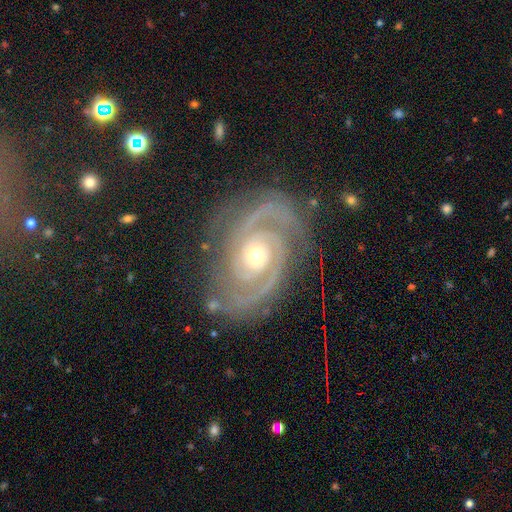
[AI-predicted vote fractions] A featured or disk galaxy (92%) with no bar (74%), 2 (54%) tight (68%) spiral arms (98%) and a moderate central bulge (51%).

Vote fractions:
- Smooth or featured? featured or disk: 92% / star or artifact: 5% / smooth: 3%
- Edge-on disk? no: 97% / yes: 3%
- Bar? no: 74% / weak: 19% / strong: 8%
- Spiral arms? yes: 98% / no: 2%
- Spiral winding? tight: 68% / medium: 28% / loose: 4%
- Spiral arm count? 2: 54% / 3: 23% / can't tell: 8% / 4: 6% / 1: 4% / more than 4: 4%
- Bulge size? moderate: 51% / small: 45% / large: 3% / dominant: 1% / none: 1%
- Merging? none: 77% / minor disturbance: 15% / major disturbance: 6% / merger: 2%